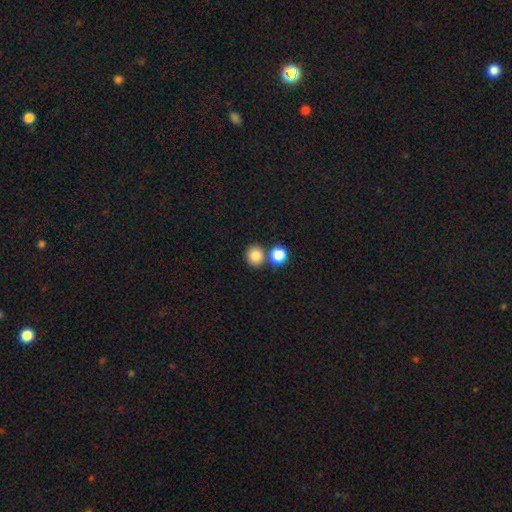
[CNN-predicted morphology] Overall: smooth (83%). How rounded: round (86%). Merging: none (68%).